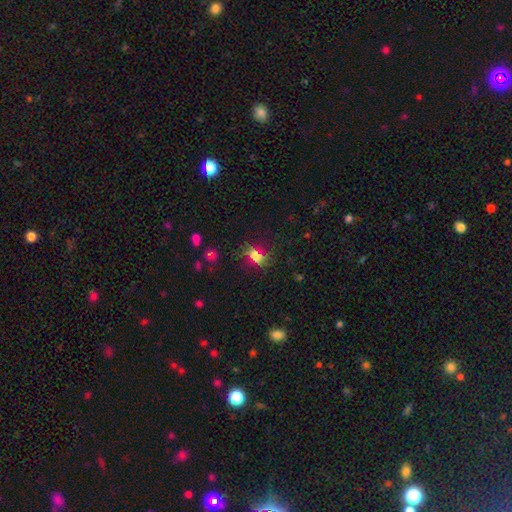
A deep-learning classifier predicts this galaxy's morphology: smooth 64%, star or artifact 26%, featured or disk 11%. Down the decision tree: how rounded — in between (58%); merging — none (73%).